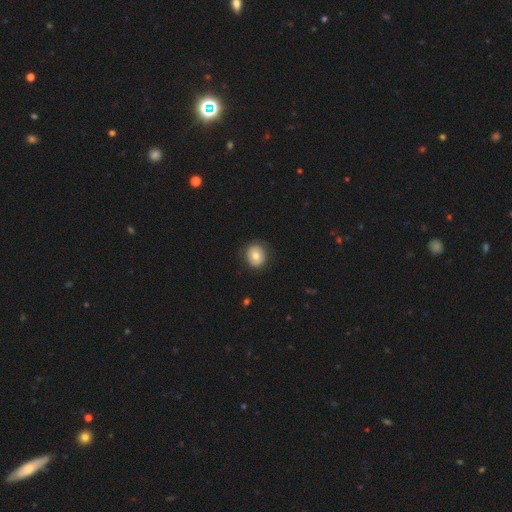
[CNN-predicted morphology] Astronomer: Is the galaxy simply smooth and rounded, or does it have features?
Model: smooth — 72%.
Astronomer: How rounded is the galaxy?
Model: round — 81%.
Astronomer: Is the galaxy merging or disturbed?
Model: none — 84%.